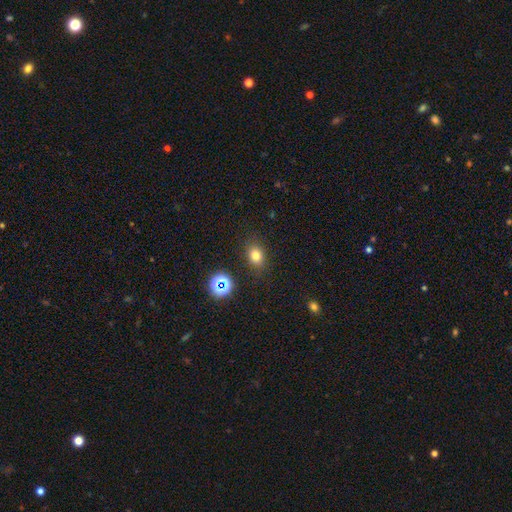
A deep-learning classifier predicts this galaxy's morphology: A smooth galaxy with no disk features (75%) that is in between round and cigar-shaped (57%). Merging: none (84%).